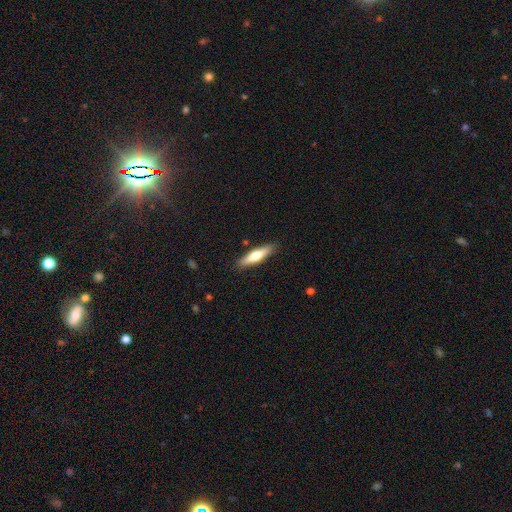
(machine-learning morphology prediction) smooth_or_featured: smooth (p=0.57) [alt: featured or disk p=0.38]
how_rounded: cigar-shaped (p=0.77) [alt: in between p=0.21]
merging: none (p=0.88) [alt: minor disturbance p=0.09]